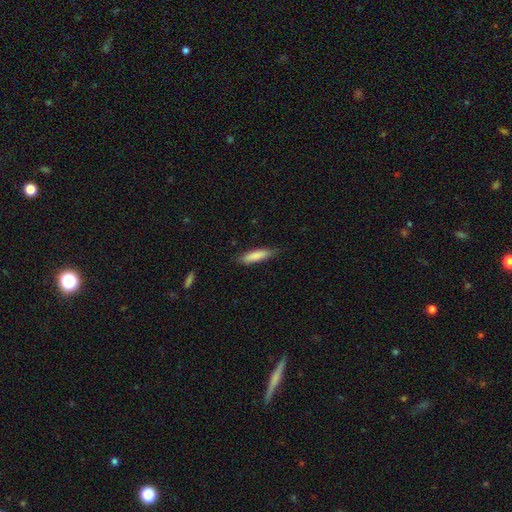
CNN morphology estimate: smooth-or-featured: smooth: 84% | featured or disk: 10% | star or artifact: 6%
  how-rounded: cigar-shaped: 73% | in between: 26% | round: 1%
  merging: none: 79% | minor disturbance: 17% | major disturbance: 3% | merger: 1%